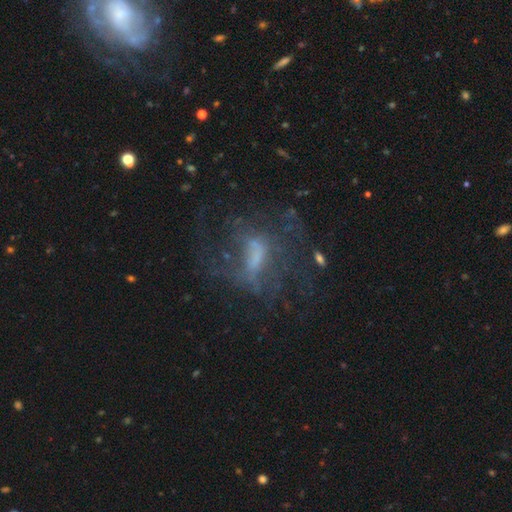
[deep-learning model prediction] Smooth or featured: featured or disk — 61% (smooth — 20%)
Edge-on disk: no — 92% (yes — 8%)
Bar: no — 38% (weak — 37%)
Spiral arms: no — 57% (yes — 43%)
Bulge size: small — 33% (none — 32%)
Merging: none — 47% (major disturbance — 34%)